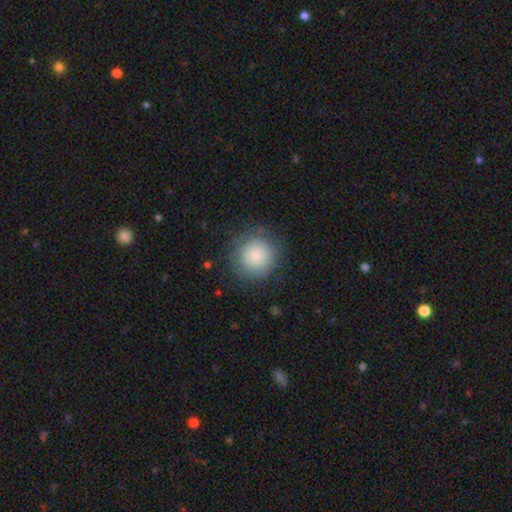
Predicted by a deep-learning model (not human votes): Smooth or featured? smooth (83%)
How rounded? round (94%)
Merging? none (80%)